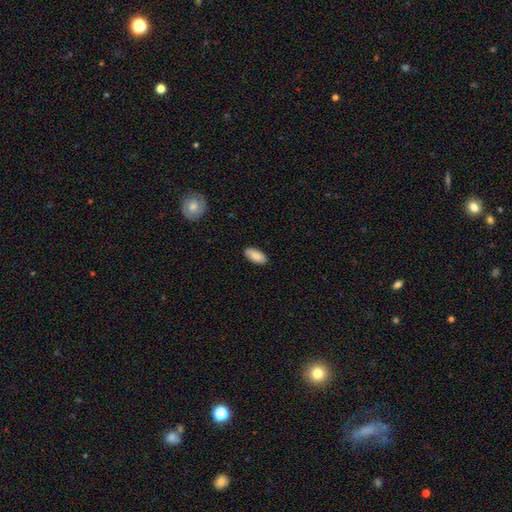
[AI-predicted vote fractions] smooth-or-featured: smooth: 86% | featured or disk: 7% | star or artifact: 6%
  how-rounded: in between: 90% | cigar-shaped: 8% | round: 2%
  merging: none: 85% | minor disturbance: 11% | major disturbance: 2% | merger: 1%